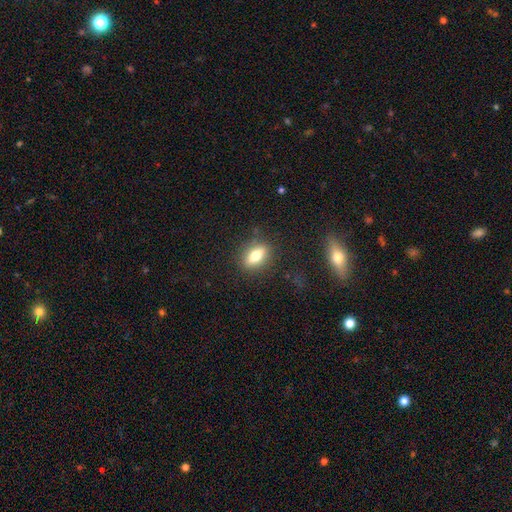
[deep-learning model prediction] Smooth or featured?
  - smooth: 62% *
  - featured or disk: 29%
  - star or artifact: 9%
How rounded?
  - in between: 70% *
  - cigar-shaped: 17%
  - round: 14%
Merging?
  - none: 83% *
  - minor disturbance: 11%
  - major disturbance: 4%
  - merger: 2%